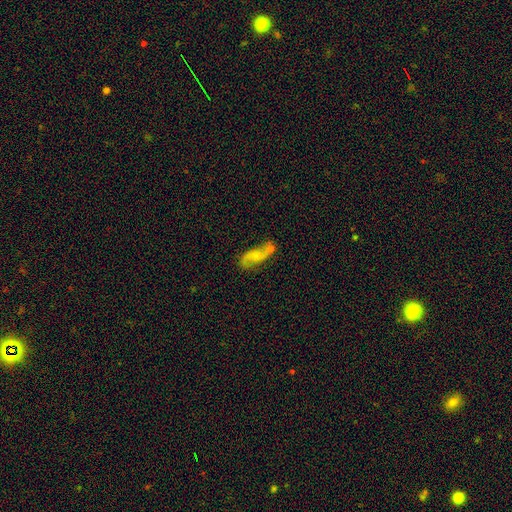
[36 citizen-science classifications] smooth-or-featured: featured or disk: 83% | smooth: 11% | star or artifact: 6%
  disk-edge-on: no: 97% | yes: 3%
    bar: no: 66% | weak: 24% | strong: 10%
    has-spiral-arms: yes: 97% | no: 3%
      spiral-winding: medium: 50% (tied) | loose: 50% (tied) | tight: 0%
      spiral-arm-count: 2: 100% | 1: 0% | 3: 0% | 4: 0% | more than 4: 0% | can't tell: 0%
    bulge-size: small: 48% | moderate: 41% | dominant: 3% | large: 3% | none: 3%
  merging: none: 71% | merger: 24% | minor disturbance: 6% | major disturbance: 0%